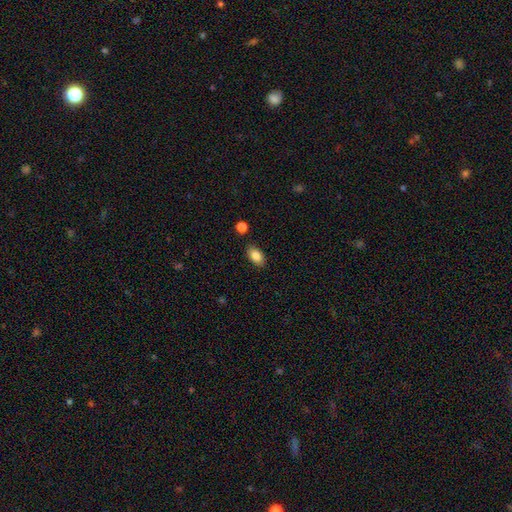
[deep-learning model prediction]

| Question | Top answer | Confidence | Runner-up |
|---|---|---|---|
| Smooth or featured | smooth | 86% | star or artifact (8%) |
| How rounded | in between | 91% | round (7%) |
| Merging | none | 84% | minor disturbance (10%) |